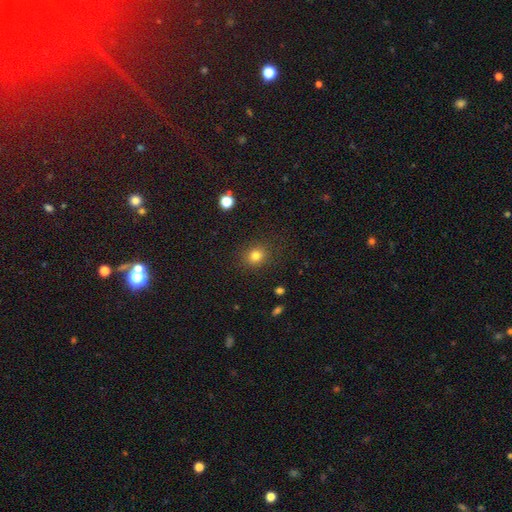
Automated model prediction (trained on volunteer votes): smooth_or_featured: smooth (p=0.80) [alt: star or artifact p=0.13]
how_rounded: round (p=0.79) [alt: in between p=0.20]
merging: none (p=0.88) [alt: minor disturbance p=0.08]